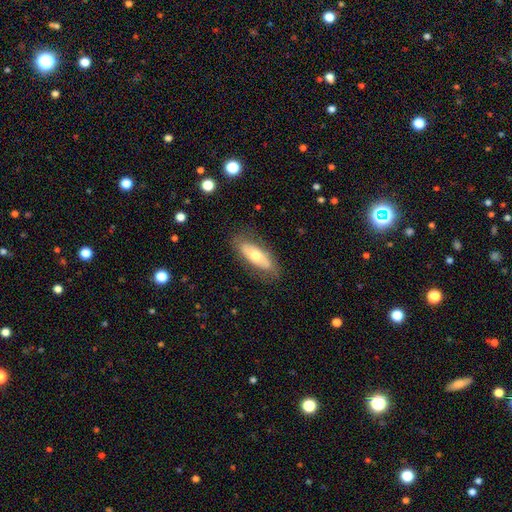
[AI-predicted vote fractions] This is possibly a smooth galaxy (54%). How rounded: likely in between (71%). Merging: likely none (78%).